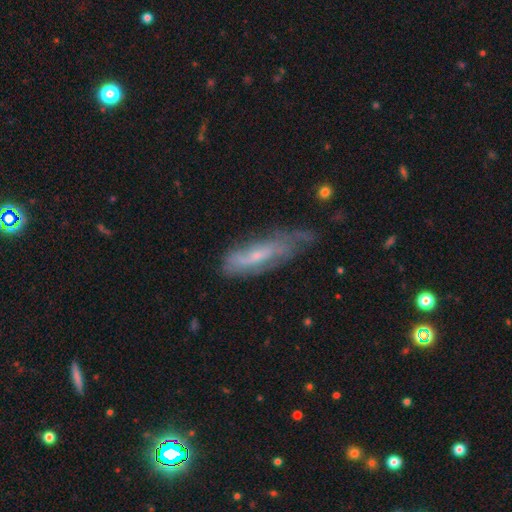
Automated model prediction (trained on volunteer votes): A featured or disk galaxy (60%).

Vote fractions:
- Smooth or featured? featured or disk: 60% / smooth: 32% / star or artifact: 8%
- Edge-on disk? no: 70% / yes: 30%
- Merging? none: 45% / minor disturbance: 34% / major disturbance: 18% / merger: 3%